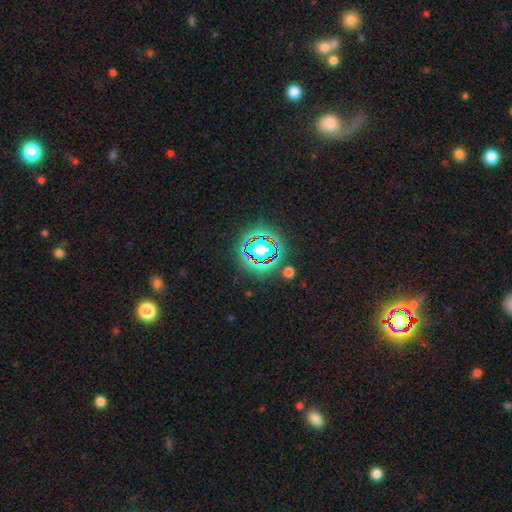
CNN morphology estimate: The model was most divided on "smooth or featured": star or artifact: 63%, smooth: 23%, featured or disk: 13%.